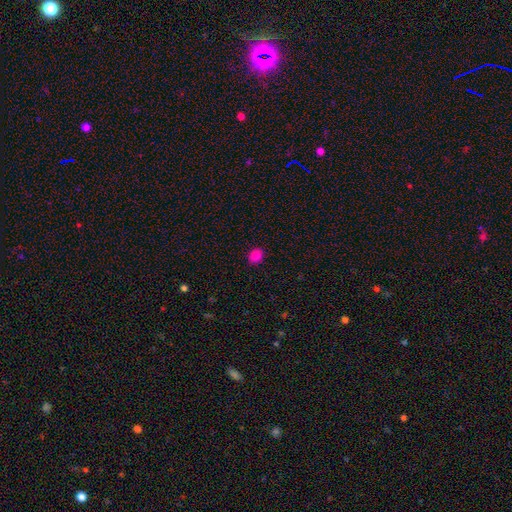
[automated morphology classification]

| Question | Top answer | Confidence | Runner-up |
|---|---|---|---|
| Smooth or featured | smooth | 85% | star or artifact (12%) |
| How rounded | round | 56% | in between (43%) |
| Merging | none | 90% | minor disturbance (7%) |